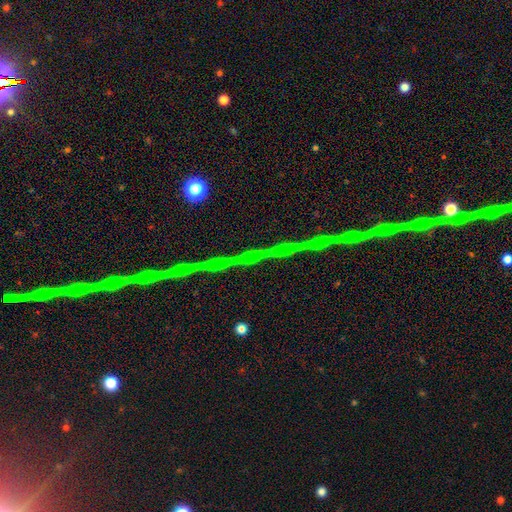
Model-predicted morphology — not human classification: Smooth or featured? star or artifact (72%)